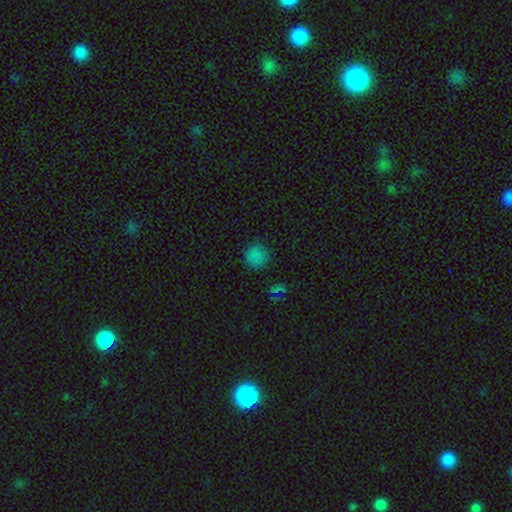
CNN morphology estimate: This is likely a smooth galaxy (77%). How rounded: clearly round (93%). Merging: clearly none (86%).